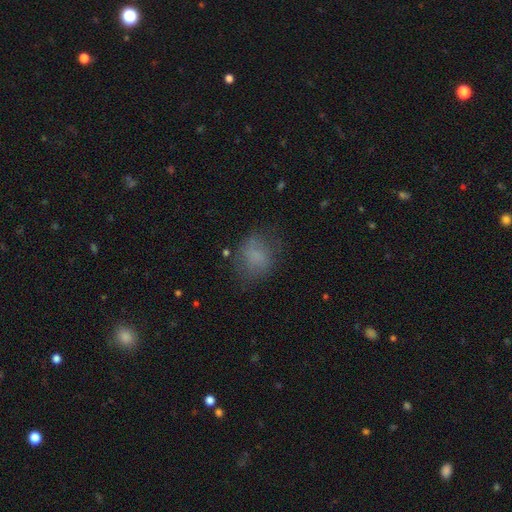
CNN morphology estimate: type=smooth (70%); roundness=round (50%); merging=none (63%).